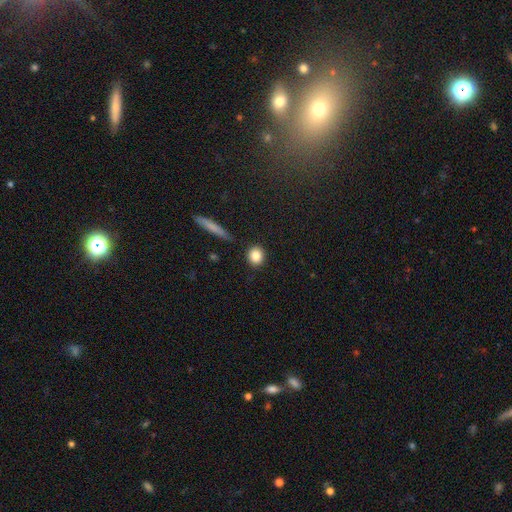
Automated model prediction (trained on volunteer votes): Smooth or featured? Predicted: smooth (p=0.83). How rounded? Predicted: round (p=0.83). Merging? Predicted: none (p=0.88).